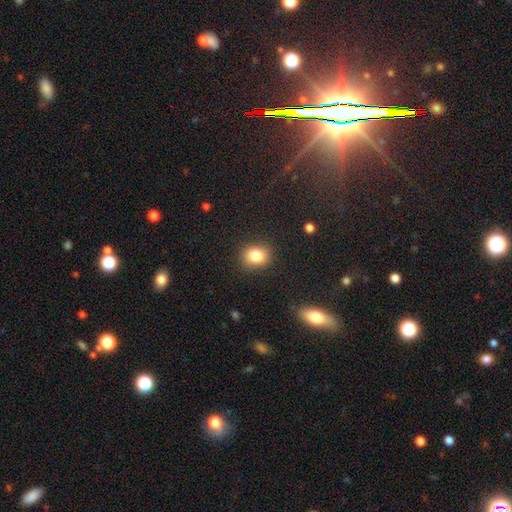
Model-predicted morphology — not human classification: Smooth or featured? Predicted: smooth (p=0.83). How rounded? Predicted: round (p=0.57). Merging? Predicted: none (p=0.85).